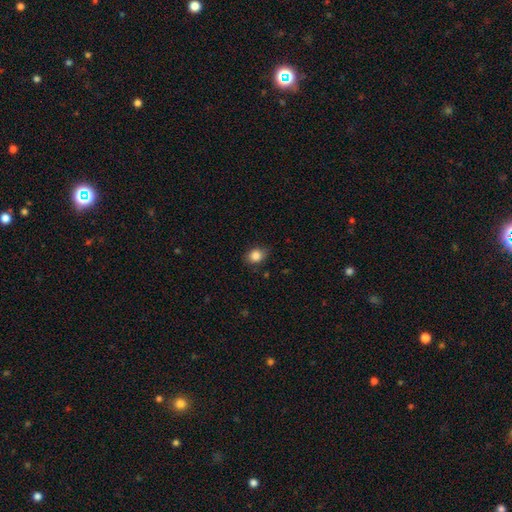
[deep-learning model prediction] The model was most divided on "how rounded": round: 52%, in between: 47%, cigar-shaped: 1%. More confident: smooth or featured — smooth (85%); merging — none (79%).